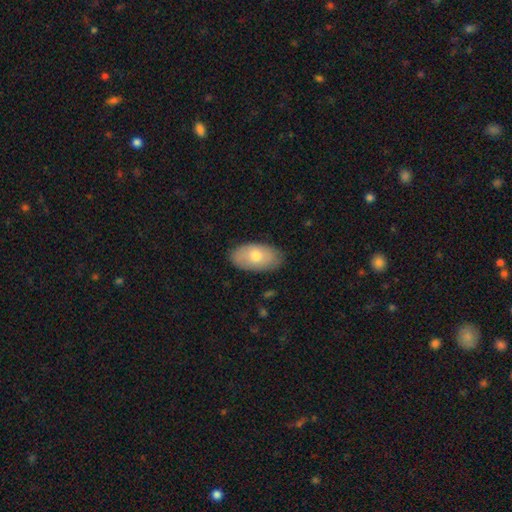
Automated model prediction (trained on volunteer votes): A smooth galaxy with no disk features (71%) that is in between round and cigar-shaped (95%). Merging: none (84%).